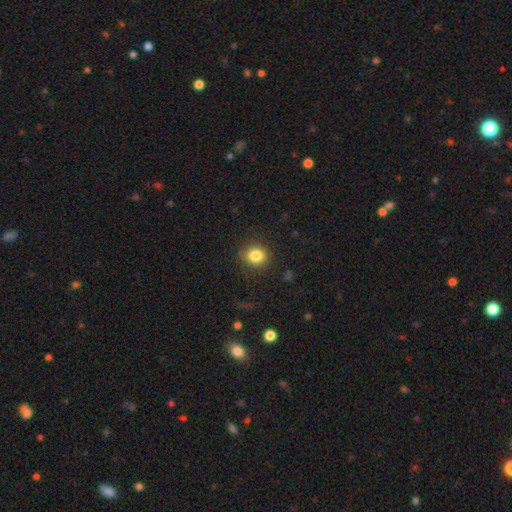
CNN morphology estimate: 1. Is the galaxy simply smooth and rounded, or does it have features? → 83% smooth, 11% star or artifact, 6% featured or disk.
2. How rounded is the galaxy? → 74% round, 25% in between, 1% cigar-shaped.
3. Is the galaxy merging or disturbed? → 84% none, 11% minor disturbance, 4% major disturbance, 1% merger.